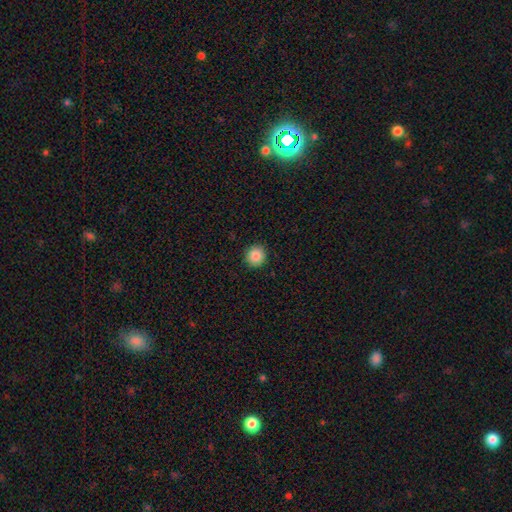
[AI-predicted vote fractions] Smooth or featured? Predicted: smooth (p=0.86). How rounded? Predicted: round (p=0.93). Merging? Predicted: none (p=0.92).